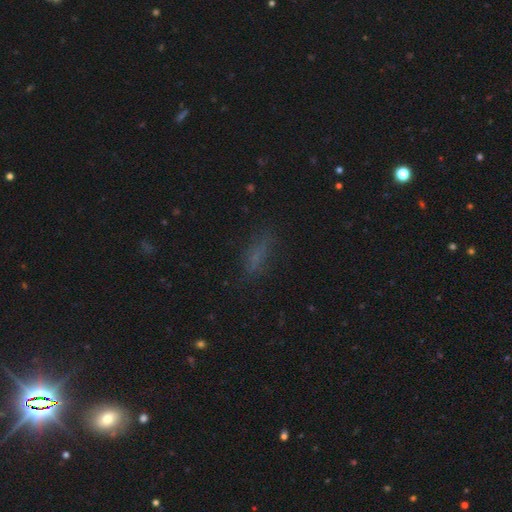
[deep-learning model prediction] Smooth or featured: smooth — 63% (star or artifact — 24%)
How rounded: in between — 61% (cigar-shaped — 34%)
Merging: none — 73% (minor disturbance — 17%)